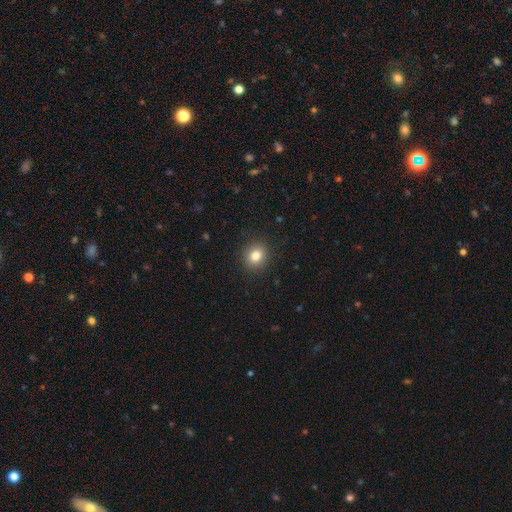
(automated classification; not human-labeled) Smooth or featured? smooth (81%)
How rounded? round (80%)
Merging? none (90%)